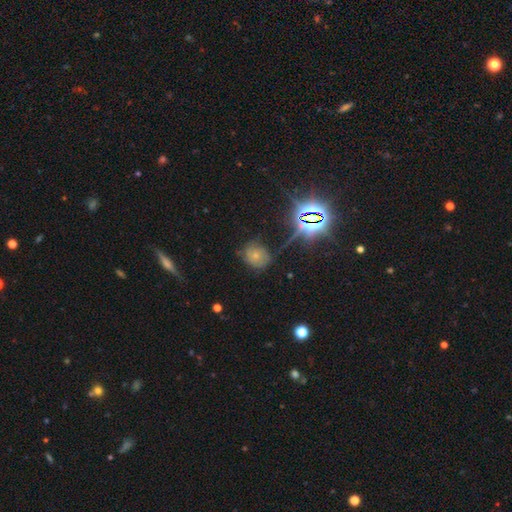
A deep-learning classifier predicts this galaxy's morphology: Overall: smooth (51%; star or artifact 26%). How rounded: round (70%). Merging: none (65%; minor disturbance 25%).